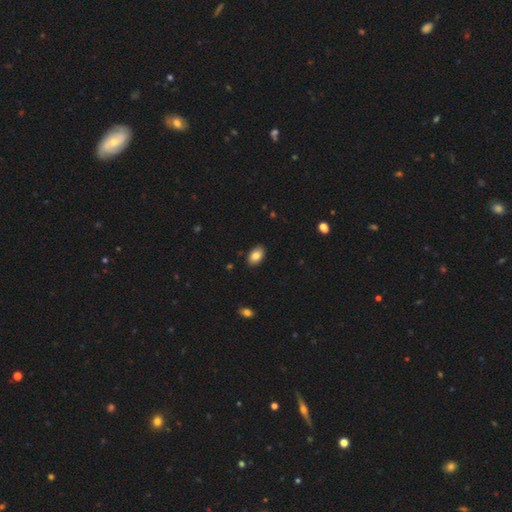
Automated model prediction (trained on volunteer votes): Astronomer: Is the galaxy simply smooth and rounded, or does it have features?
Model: smooth — 85%.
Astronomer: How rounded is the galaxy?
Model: in between — 89%.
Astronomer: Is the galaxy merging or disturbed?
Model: none — 86%.